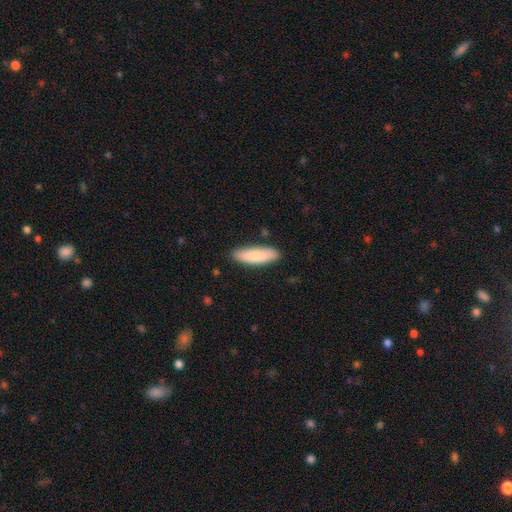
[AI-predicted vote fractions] smooth 84%, featured or disk 10%, star or artifact 5%. Down the decision tree: how rounded — cigar-shaped (53%); merging — none (87%).